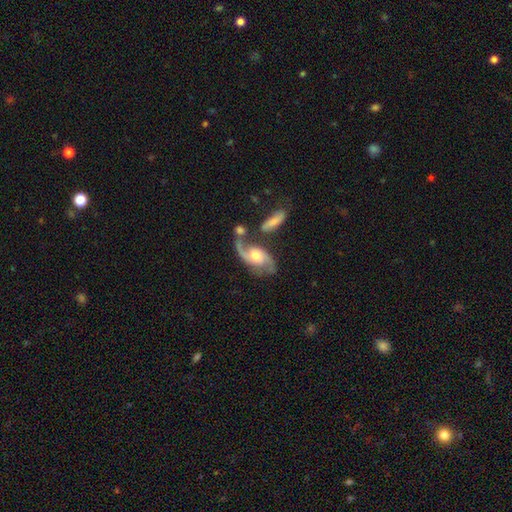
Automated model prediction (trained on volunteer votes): smooth_or_featured: featured or disk (p=0.84) [alt: smooth p=0.10]
disk_edge_on: no (p=0.96) [alt: yes p=0.04]
bar: no (p=0.58) [alt: weak p=0.34]
has_spiral_arms: yes (p=0.96) [alt: no p=0.04]
spiral_winding: loose (p=0.51) [alt: medium p=0.40]
spiral_arm_count: 2 (p=0.88) [alt: 1 p=0.05]
bulge_size: moderate (p=0.64) [alt: small p=0.16]
merging: none (p=0.45) [alt: merger p=0.24]